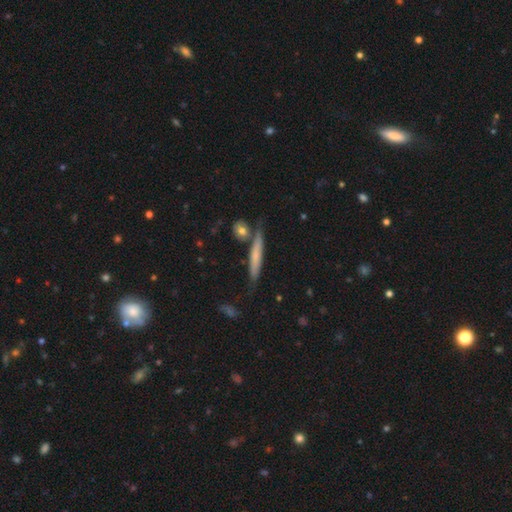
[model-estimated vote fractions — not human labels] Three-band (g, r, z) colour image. It shows a smooth galaxy with no disk features (59%) that is cigar-shaped (91%). Merging: none (74%).